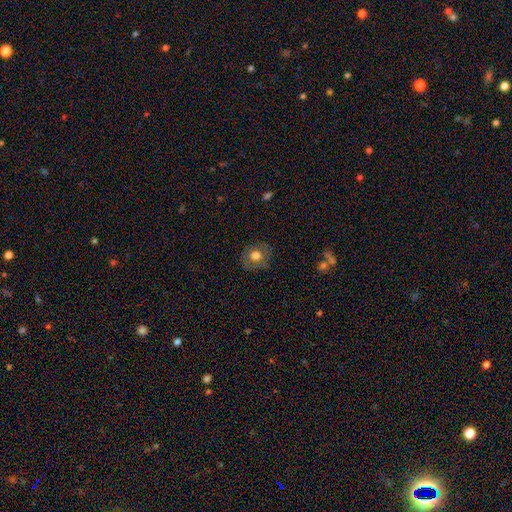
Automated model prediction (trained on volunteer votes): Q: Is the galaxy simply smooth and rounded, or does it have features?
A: smooth — 70%.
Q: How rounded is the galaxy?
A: round — 74%.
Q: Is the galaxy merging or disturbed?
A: none — 82%.